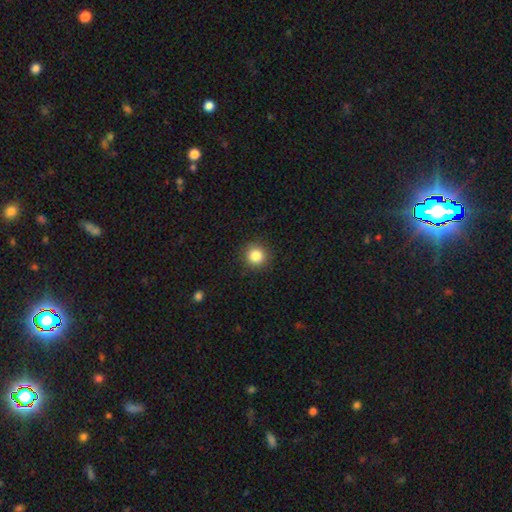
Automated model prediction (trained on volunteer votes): Overall: smooth (84%). How rounded: round (92%). Merging: none (91%).